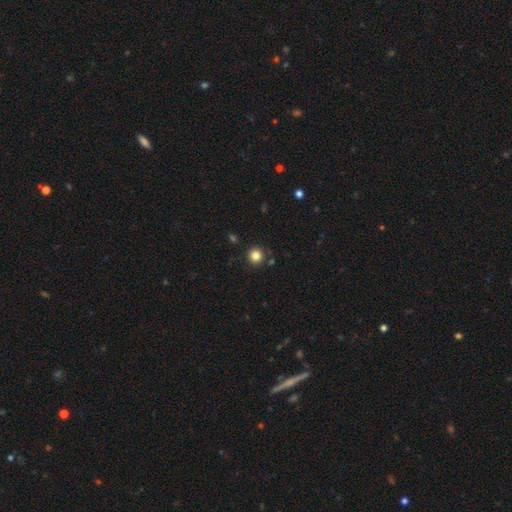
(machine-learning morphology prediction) This appears to be a smooth galaxy with no disk features (83%) that is round (94%). Merging: none (89%).